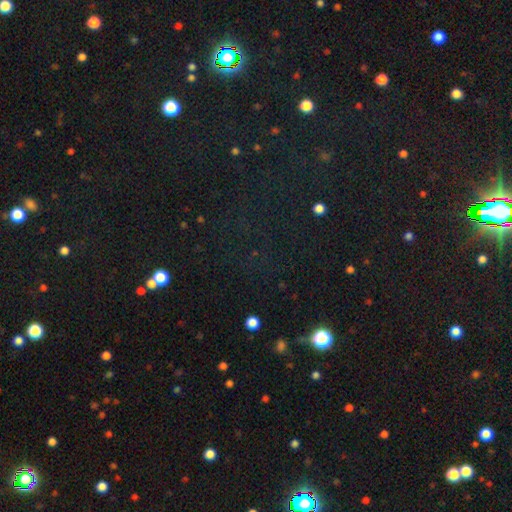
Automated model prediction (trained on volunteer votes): A star or artifact, not a galaxy (72%).